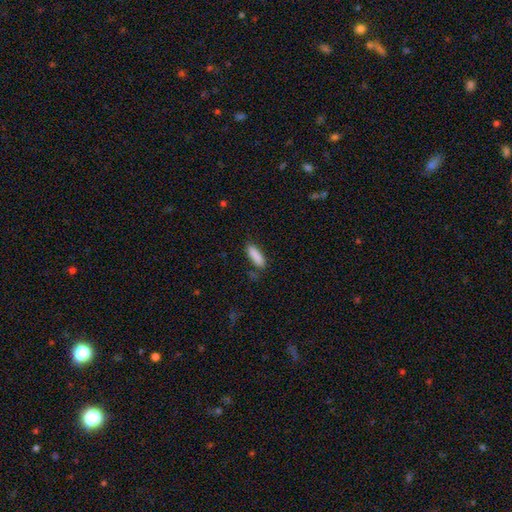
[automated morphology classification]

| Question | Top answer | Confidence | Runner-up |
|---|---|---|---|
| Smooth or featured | smooth | 88% | star or artifact (7%) |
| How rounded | cigar-shaped | 54% | in between (44%) |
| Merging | none | 80% | minor disturbance (14%) |